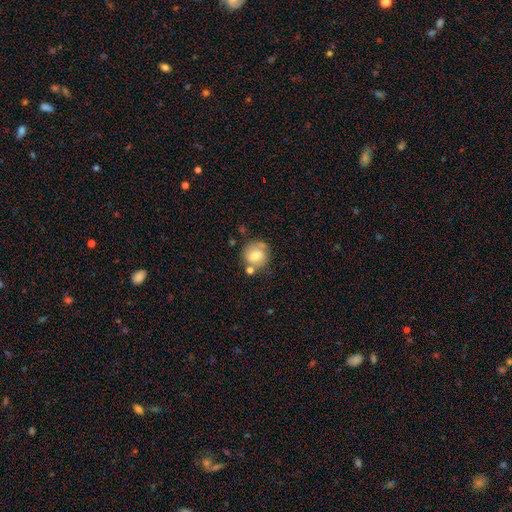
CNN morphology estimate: This is likely a smooth galaxy (66%). How rounded: likely round (78%). Merging: possibly none (57%).